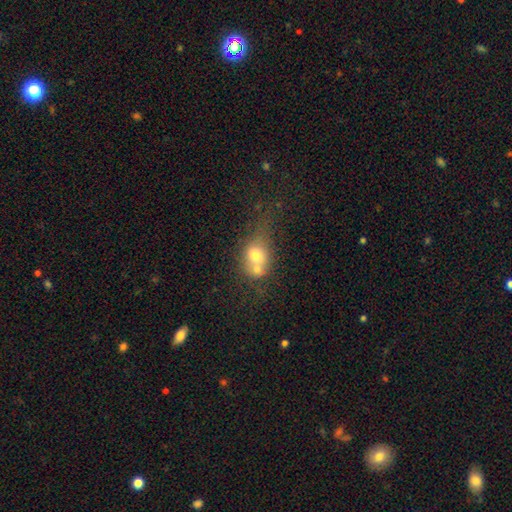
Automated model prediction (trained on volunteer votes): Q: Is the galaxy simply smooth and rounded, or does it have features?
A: smooth — 66%.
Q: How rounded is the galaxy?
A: round — 53%.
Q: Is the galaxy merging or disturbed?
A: merger — 60%.